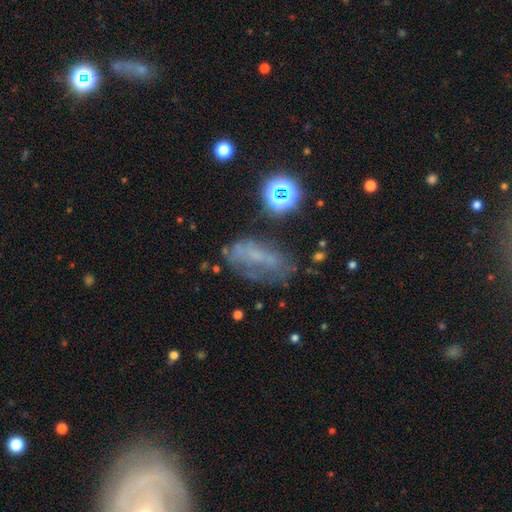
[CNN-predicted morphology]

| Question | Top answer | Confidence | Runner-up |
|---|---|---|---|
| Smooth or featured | featured or disk | 40% | smooth (36%) |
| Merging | none | 48% | minor disturbance (25%) |